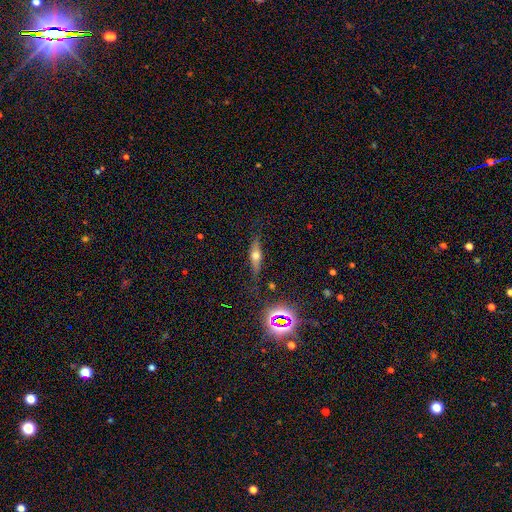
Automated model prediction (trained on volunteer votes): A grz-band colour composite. It shows a featured or disk galaxy (46%). Merging: none (80%).